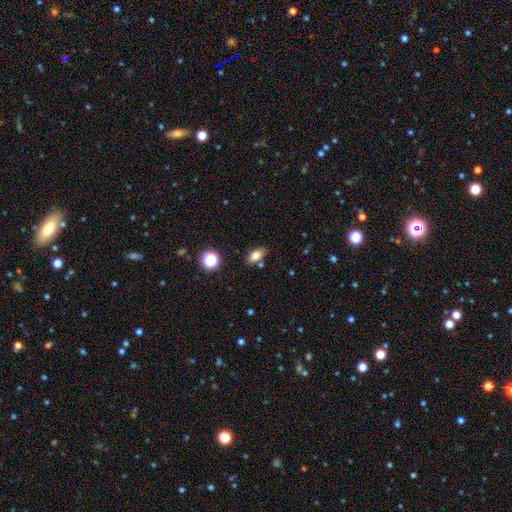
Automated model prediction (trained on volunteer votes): Smooth or featured?
  - smooth: 80% *
  - star or artifact: 12%
  - featured or disk: 9%
How rounded?
  - in between: 87% *
  - round: 9%
  - cigar-shaped: 4%
Merging?
  - none: 77% *
  - minor disturbance: 13%
  - merger: 7%
  - major disturbance: 3%